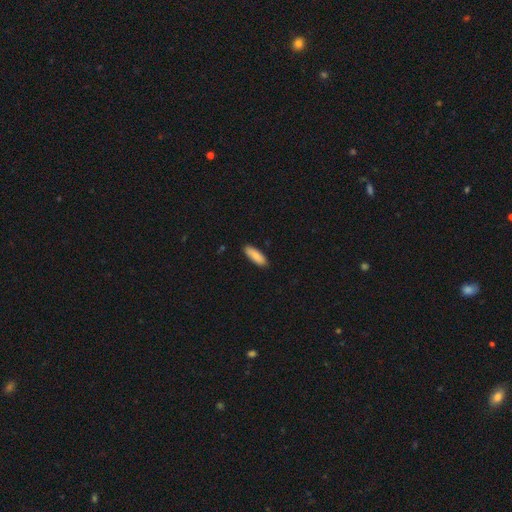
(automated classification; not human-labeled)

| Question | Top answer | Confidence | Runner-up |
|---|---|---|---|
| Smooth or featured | smooth | 85% | featured or disk (9%) |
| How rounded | in between | 54% | cigar-shaped (44%) |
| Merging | none | 89% | minor disturbance (9%) |